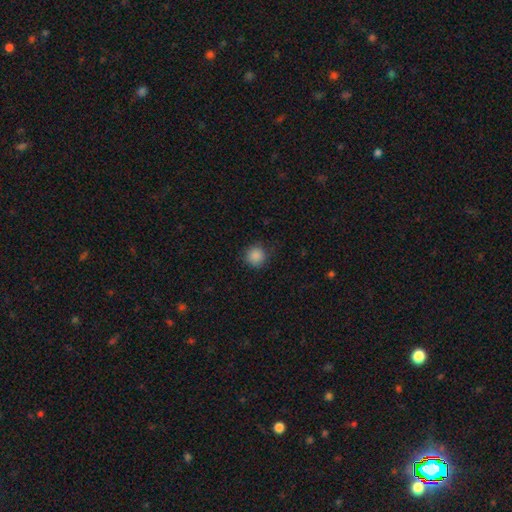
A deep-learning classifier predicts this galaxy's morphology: smooth-or-featured: smooth: 87% | star or artifact: 10% | featured or disk: 3%
  how-rounded: round: 93% | in between: 6% | cigar-shaped: 1%
  merging: none: 84% | minor disturbance: 12% | major disturbance: 3% | merger: 1%